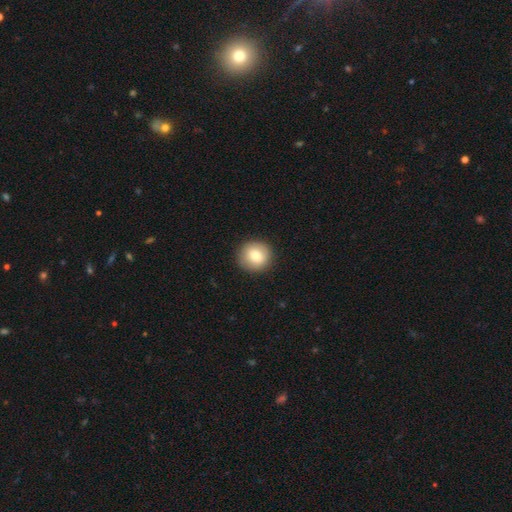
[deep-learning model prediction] A smooth galaxy with no disk features (80%) that is round (93%). Merging: none (91%).